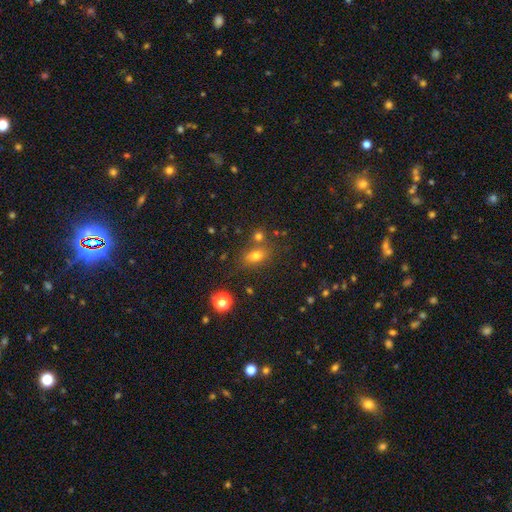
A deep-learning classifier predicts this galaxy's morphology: A smooth galaxy with no disk features (73%) that is in between round and cigar-shaped (74%).

Vote fractions:
- Smooth or featured? smooth: 73% / star or artifact: 16% / featured or disk: 11%
- How rounded? in between: 74% / round: 21% / cigar-shaped: 5%
- Merging? none: 67% / merger: 16% / minor disturbance: 13% / major disturbance: 4%